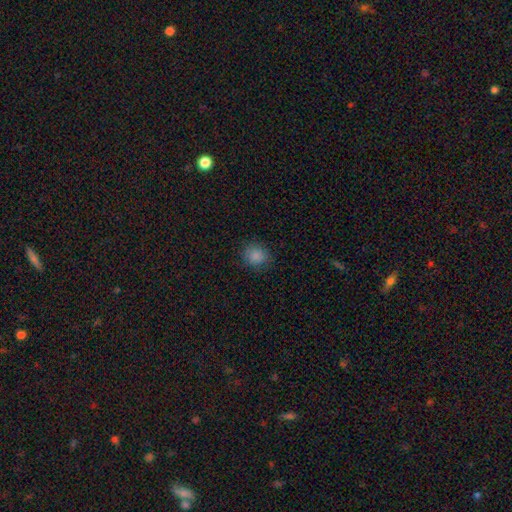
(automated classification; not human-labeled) smooth-or-featured: smooth: 86% | star or artifact: 11% | featured or disk: 3%
  how-rounded: round: 79% | in between: 20% | cigar-shaped: 1%
  merging: none: 86% | minor disturbance: 10% | major disturbance: 3% | merger: 1%